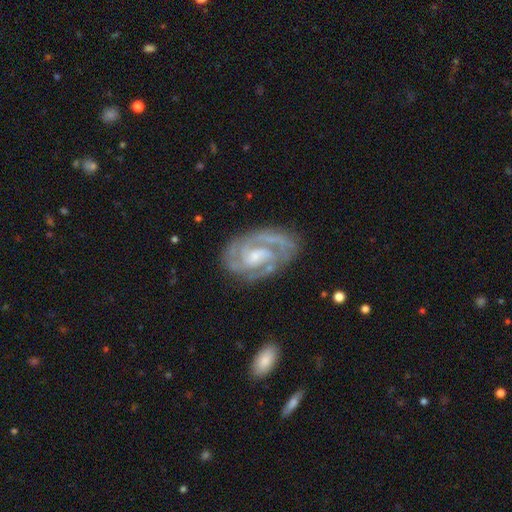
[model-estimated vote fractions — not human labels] Smooth or featured: featured or disk — 89% (smooth — 6%)
Edge-on disk: no — 97% (yes — 3%)
Bar: weak — 44% (no — 41%)
Spiral arms: yes — 97% (no — 3%)
Spiral winding: tight — 57% (medium — 37%)
Spiral arm count: 2 — 62% (3 — 17%)
Bulge size: small — 47% (moderate — 35%)
Merging: none — 74% (minor disturbance — 17%)